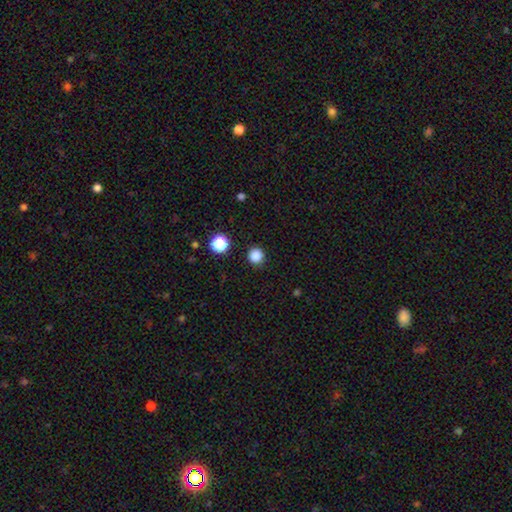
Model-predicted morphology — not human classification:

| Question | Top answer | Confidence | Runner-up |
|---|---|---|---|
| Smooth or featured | smooth | 84% | star or artifact (13%) |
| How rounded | round | 94% | in between (5%) |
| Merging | none | 91% | minor disturbance (6%) |